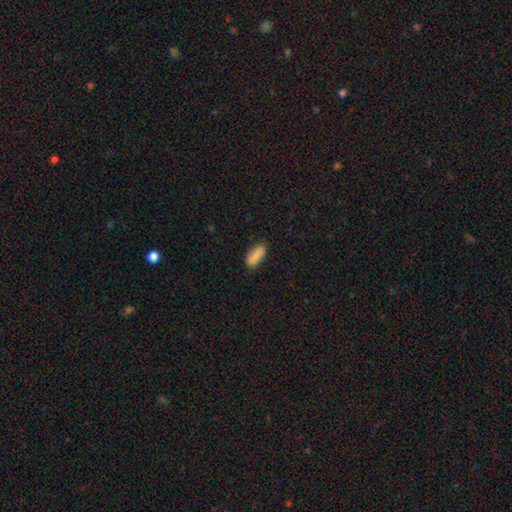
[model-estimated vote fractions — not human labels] Overall: smooth (88%). How rounded: in between (79%). Merging: none (84%).